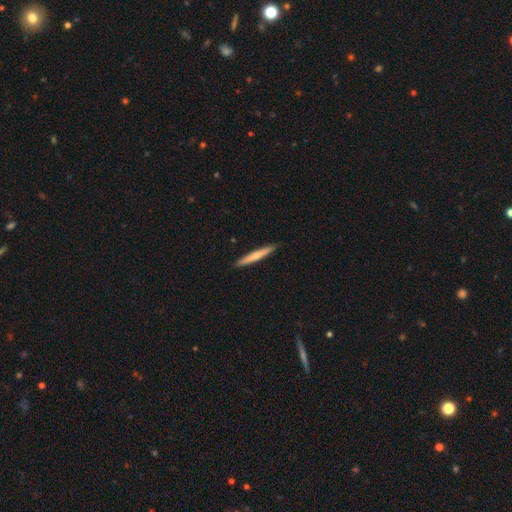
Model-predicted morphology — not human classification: This appears to be a smooth galaxy with no disk features (63%) that is cigar-shaped (96%). Merging: none (91%).